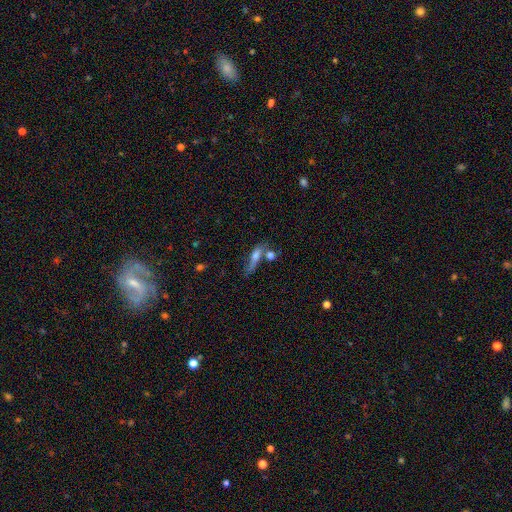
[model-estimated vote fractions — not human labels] Smooth or featured: smooth — 58% (featured or disk — 32%)
How rounded: cigar-shaped — 60% (in between — 35%)
Merging: none — 38% (merger — 28%)